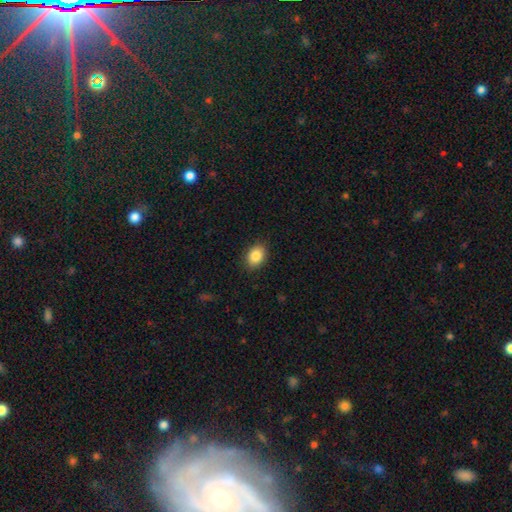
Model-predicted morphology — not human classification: This appears to be a smooth galaxy with no disk features (86%) that is in between round and cigar-shaped (72%). Merging: none (88%).